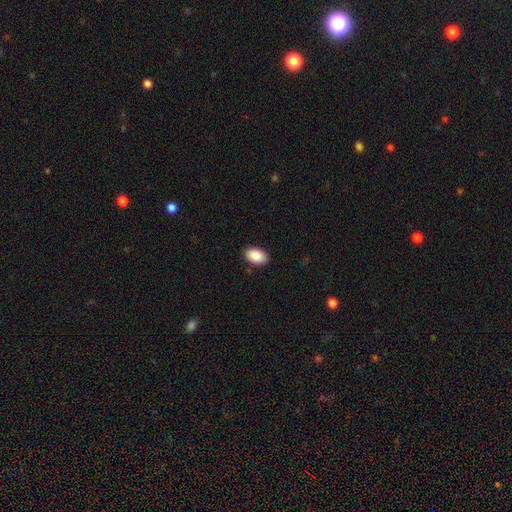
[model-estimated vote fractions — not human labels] This is clearly a smooth galaxy (90%). How rounded: clearly in between (93%). Merging: clearly none (89%).